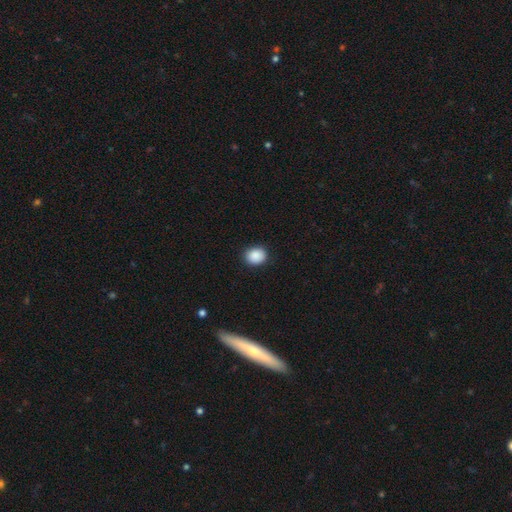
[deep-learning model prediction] This is clearly a smooth galaxy (89%). How rounded: likely round (65%). Merging: clearly none (89%).